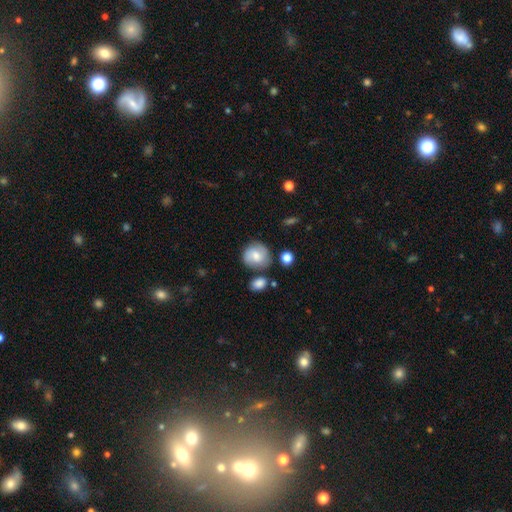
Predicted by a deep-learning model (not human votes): Q: Smooth or featured?
A: smooth (66%); runner-up: featured or disk (26%)
Q: How rounded?
A: round (82%); runner-up: in between (17%)
Q: Merging?
A: none (68%); runner-up: minor disturbance (18%)